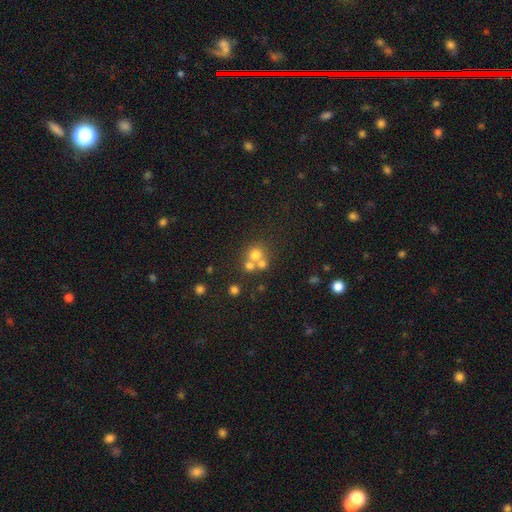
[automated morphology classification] A smooth galaxy with no disk features (66%) that is round (88%).

Vote fractions:
- Smooth or featured? smooth: 66% / featured or disk: 17% / star or artifact: 16%
- How rounded? round: 88% / in between: 11% / cigar-shaped: 1%
- Merging? none: 46% / merger: 43% / minor disturbance: 6% / major disturbance: 4%